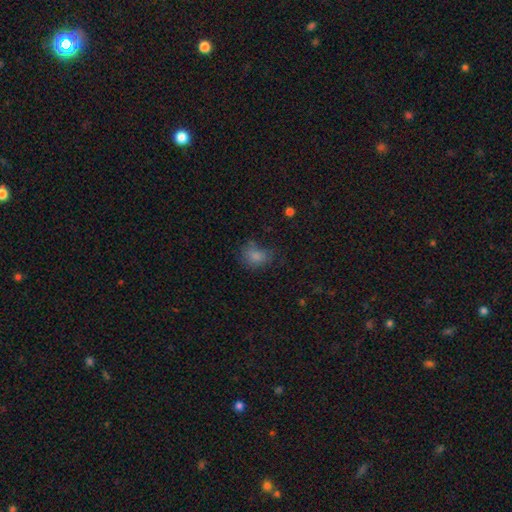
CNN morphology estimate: This is likely a smooth galaxy (79%). How rounded: likely in between (60%). Merging: possibly none (50%).